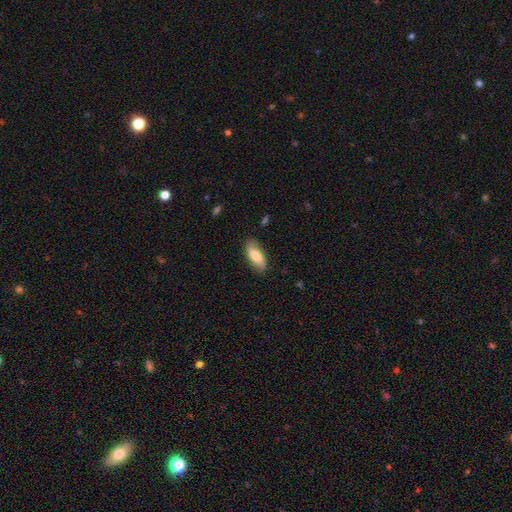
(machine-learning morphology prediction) Smooth or featured?
  - smooth: 71% *
  - featured or disk: 23%
  - star or artifact: 6%
How rounded?
  - in between: 82% *
  - cigar-shaped: 16%
  - round: 3%
Merging?
  - none: 81% *
  - minor disturbance: 14%
  - major disturbance: 3%
  - merger: 1%